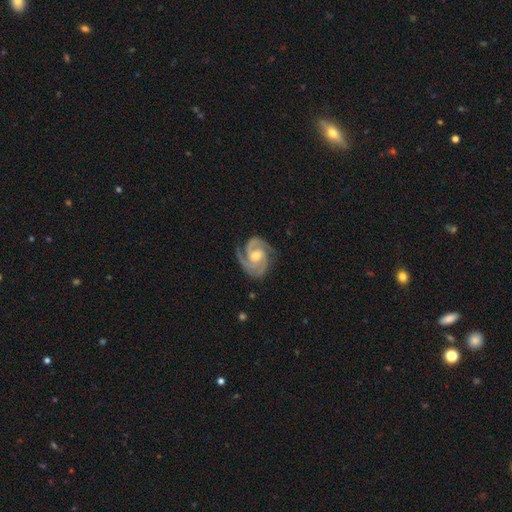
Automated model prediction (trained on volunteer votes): Morphology: type=featured or disk (93%); edge-on=no (98%); bar=no (46%); spiral arms=yes (99%); winding=tight (55%); arm count=2 (51%); bulge=moderate (66%); merging=none (77%).